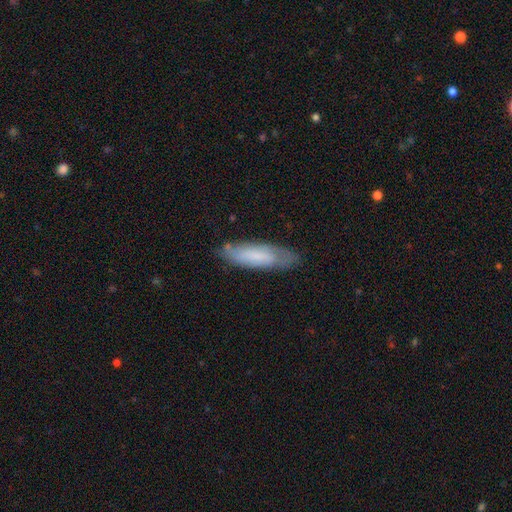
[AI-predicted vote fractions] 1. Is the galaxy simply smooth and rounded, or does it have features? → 63% smooth, 30% featured or disk, 7% star or artifact.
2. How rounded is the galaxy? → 54% cigar-shaped, 44% in between, 1% round.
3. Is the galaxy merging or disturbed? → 76% none, 18% minor disturbance, 4% major disturbance, 2% merger.